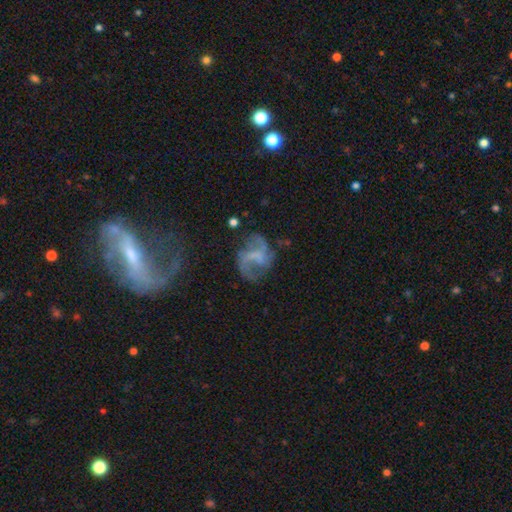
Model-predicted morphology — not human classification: Smooth or featured: featured or disk — 70% (smooth — 19%)
Edge-on disk: no — 98% (yes — 2%)
Bar: no — 42% (weak — 41%)
Spiral arms: yes — 80% (no — 20%)
Spiral winding: loose — 51% (medium — 37%)
Spiral arm count: 2 — 66% (can't tell — 14%)
Bulge size: none — 64% (small — 15%)
Merging: none — 51% (major disturbance — 25%)